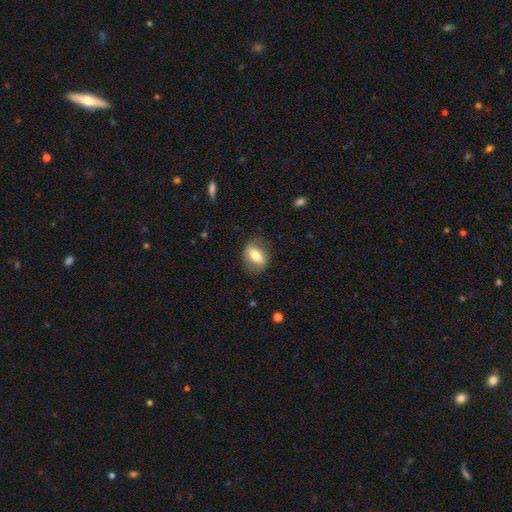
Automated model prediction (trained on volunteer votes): Smooth or featured?
  - smooth: 63% *
  - featured or disk: 30%
  - star or artifact: 7%
How rounded?
  - in between: 72% *
  - round: 22%
  - cigar-shaped: 6%
Merging?
  - none: 79% *
  - minor disturbance: 15%
  - major disturbance: 5%
  - merger: 1%